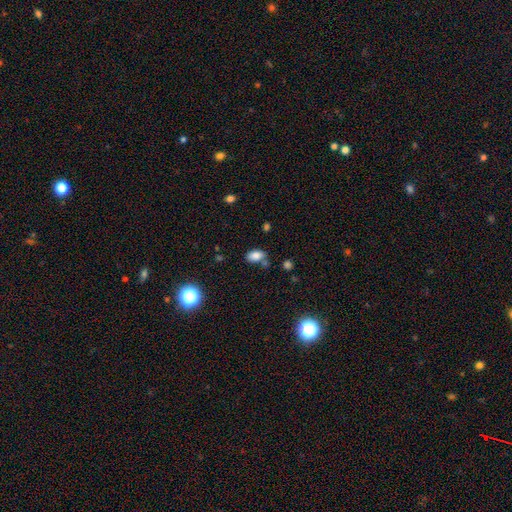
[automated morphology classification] Smooth or featured: smooth — 82% (star or artifact — 12%)
How rounded: in between — 89% (round — 9%)
Merging: none — 66% (minor disturbance — 17%)